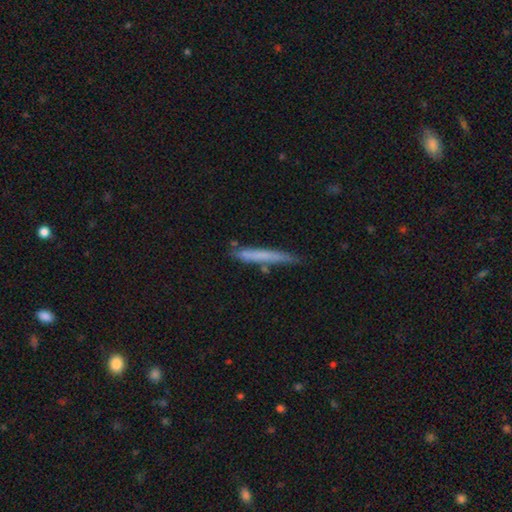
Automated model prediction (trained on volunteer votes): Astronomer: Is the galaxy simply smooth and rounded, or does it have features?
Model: smooth — 61%.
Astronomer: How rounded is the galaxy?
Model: cigar-shaped — 96%.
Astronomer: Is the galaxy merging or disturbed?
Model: none — 72%.